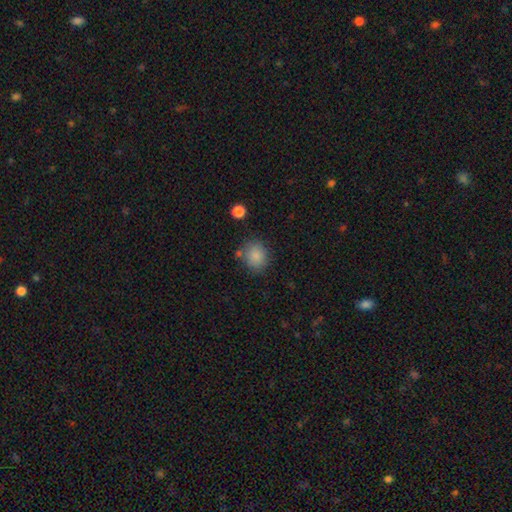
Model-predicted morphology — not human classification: type=smooth (85%); roundness=round (72%); merging=none (76%).